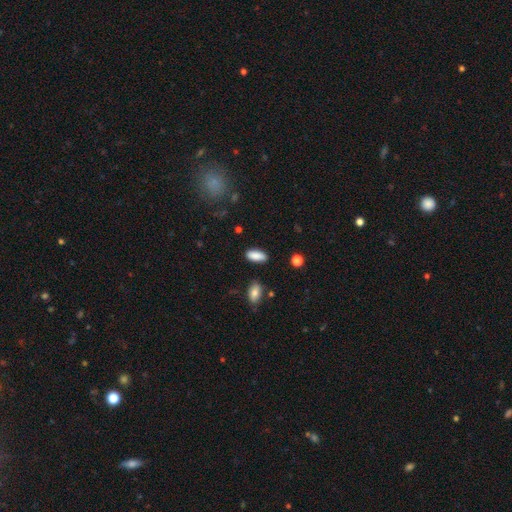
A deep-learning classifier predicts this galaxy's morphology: type=smooth (87%); roundness=in between (84%); merging=none (83%).